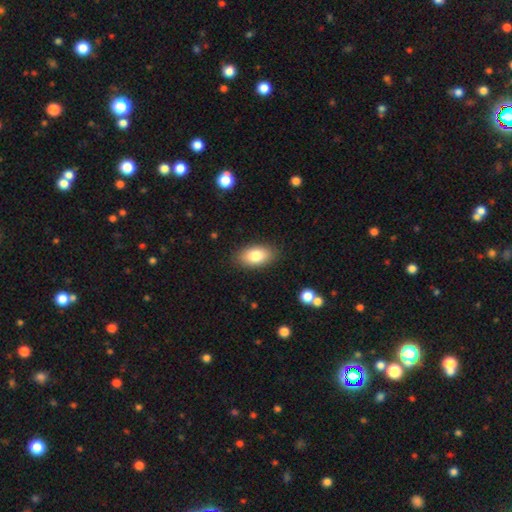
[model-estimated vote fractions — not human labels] The model was most divided on "smooth or featured": smooth: 82%, featured or disk: 11%, star or artifact: 7%. More confident: how rounded — in between (92%); merging — none (87%).